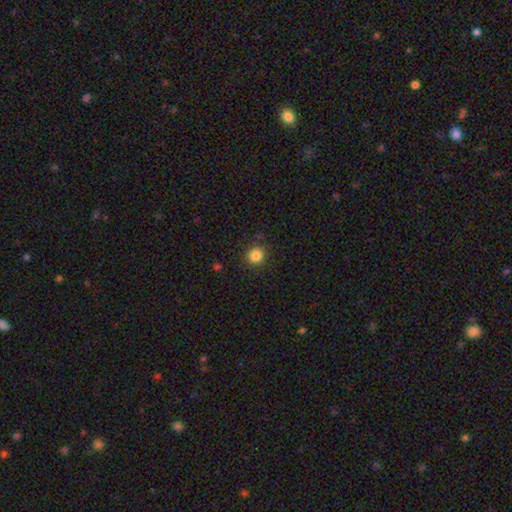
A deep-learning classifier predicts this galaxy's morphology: Smooth or featured: smooth — 84% (star or artifact — 12%)
How rounded: round — 89% (in between — 10%)
Merging: none — 89% (minor disturbance — 7%)